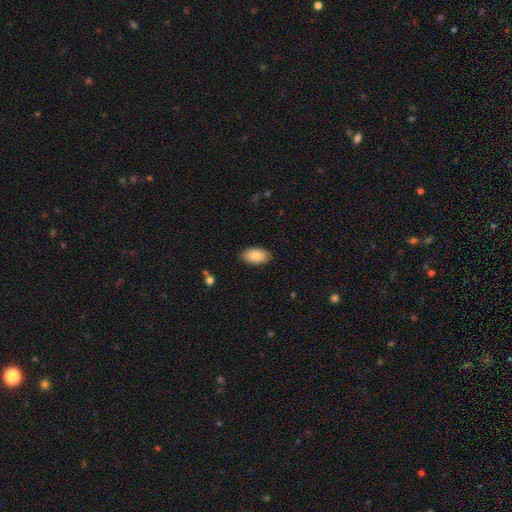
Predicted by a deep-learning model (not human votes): Smooth or featured: smooth — 88% (star or artifact — 6%)
How rounded: in between — 95% (round — 3%)
Merging: none — 89% (minor disturbance — 8%)